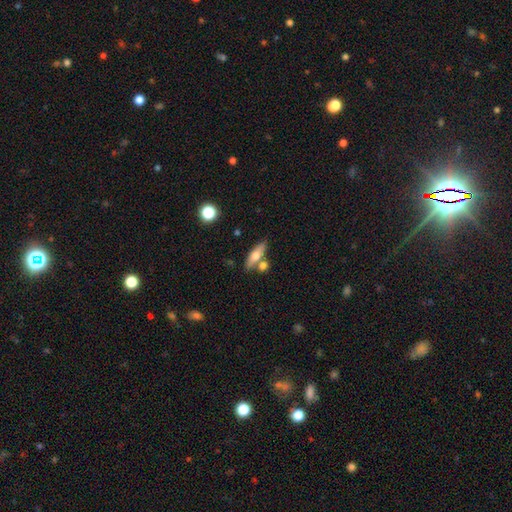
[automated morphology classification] A smooth galaxy with no disk features (62%) that is cigar-shaped (50%).

Vote fractions:
- Smooth or featured? smooth: 62% / featured or disk: 30% / star or artifact: 7%
- How rounded? cigar-shaped: 50% / in between: 46% / round: 4%
- Merging? none: 64% / merger: 21% / minor disturbance: 11% / major disturbance: 3%